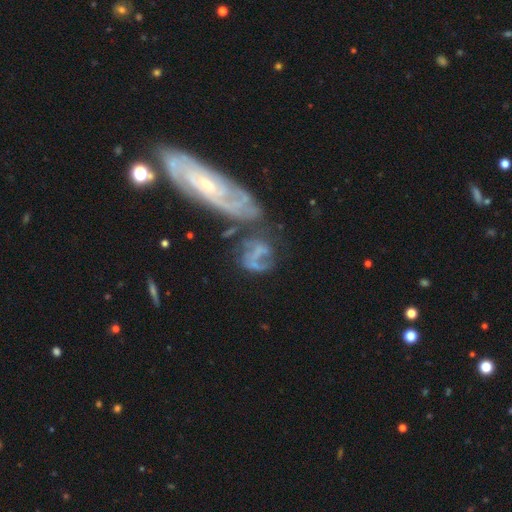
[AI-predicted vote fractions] This is possibly a featured or disk galaxy (60%). It is clearly not viewed edge-on (94%). Bar: possibly no (57%). Spiral arm pattern: likely yes (61%). Central bulge: likely none (61%). Merging: marginally none (32%).